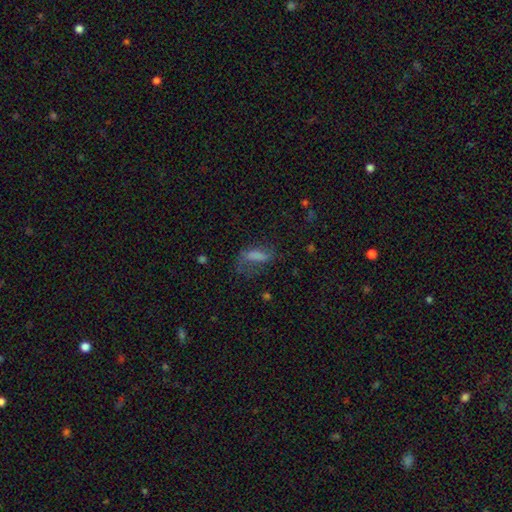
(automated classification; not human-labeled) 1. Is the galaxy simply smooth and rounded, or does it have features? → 51% smooth, 31% featured or disk, 18% star or artifact.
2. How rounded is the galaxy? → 61% in between, 34% cigar-shaped, 5% round.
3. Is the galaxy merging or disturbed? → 41% none, 31% major disturbance, 25% minor disturbance, 3% merger.